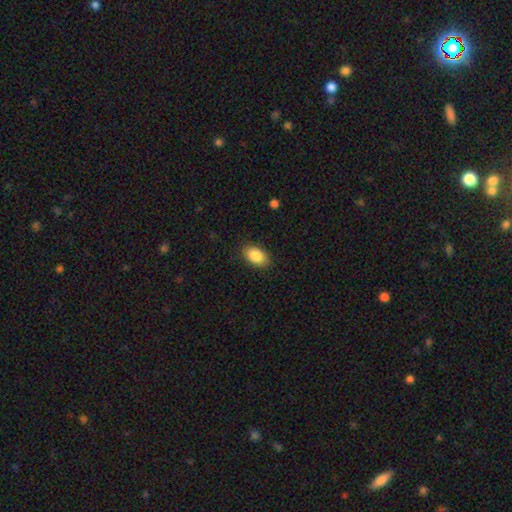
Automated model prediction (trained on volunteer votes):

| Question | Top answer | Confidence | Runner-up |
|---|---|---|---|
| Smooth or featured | smooth | 87% | star or artifact (7%) |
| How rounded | in between | 91% | round (8%) |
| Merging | none | 87% | minor disturbance (10%) |